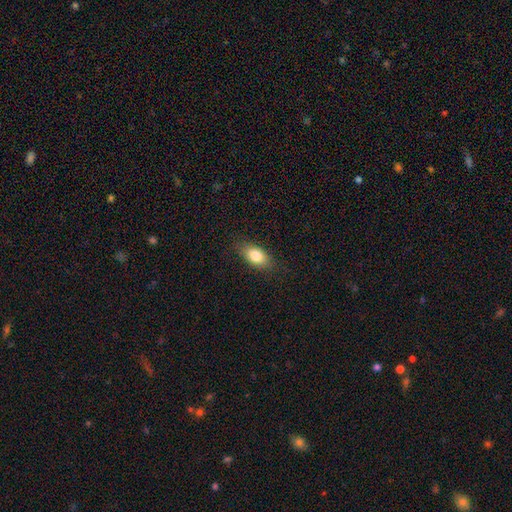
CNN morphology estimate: Overall: smooth (82%). How rounded: in between (87%). Merging: none (83%).